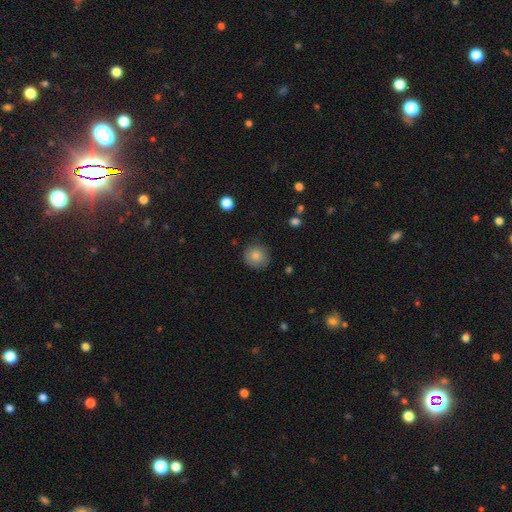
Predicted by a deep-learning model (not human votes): smooth 83%, star or artifact 9%, featured or disk 8%. Down the decision tree: how rounded — round (90%); merging — none (84%).